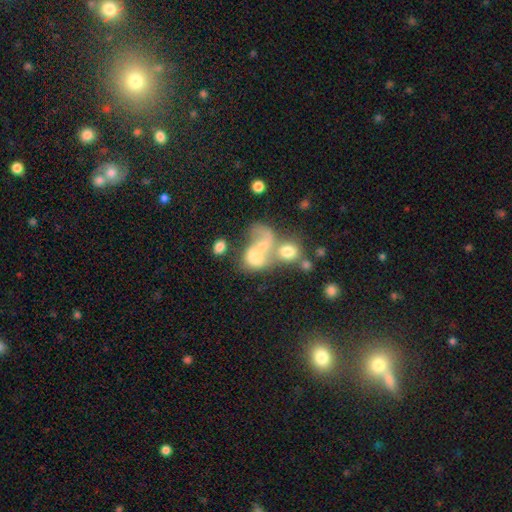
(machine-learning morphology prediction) The model was most divided on "smooth or featured": smooth: 49%, featured or disk: 37%, star or artifact: 14%. More confident: merging — merger (66%).